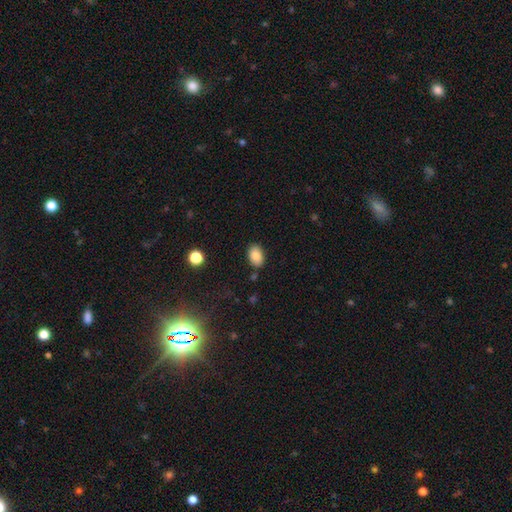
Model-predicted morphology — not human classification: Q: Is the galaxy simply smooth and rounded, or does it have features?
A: smooth — 84%.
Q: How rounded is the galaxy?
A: in between — 87%.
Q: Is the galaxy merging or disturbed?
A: none — 84%.